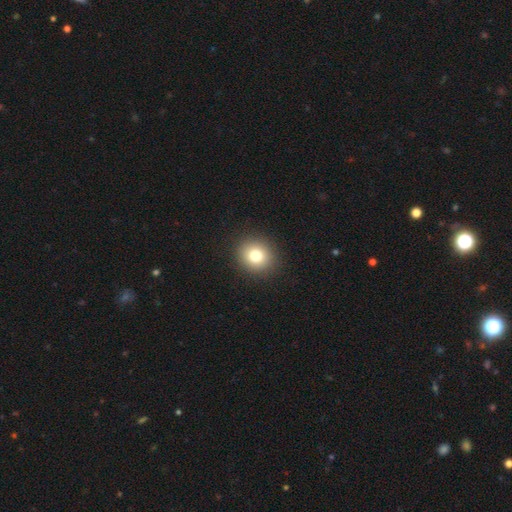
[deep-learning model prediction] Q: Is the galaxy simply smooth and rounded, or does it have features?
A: smooth — 79%.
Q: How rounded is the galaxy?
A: round — 83%.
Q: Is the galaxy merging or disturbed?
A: none — 91%.